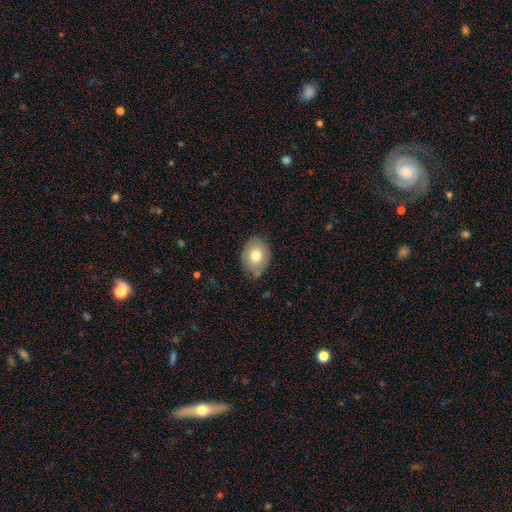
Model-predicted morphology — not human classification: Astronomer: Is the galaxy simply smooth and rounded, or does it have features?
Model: smooth — 73%.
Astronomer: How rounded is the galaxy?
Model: in between — 64%.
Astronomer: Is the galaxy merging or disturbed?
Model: none — 75%.